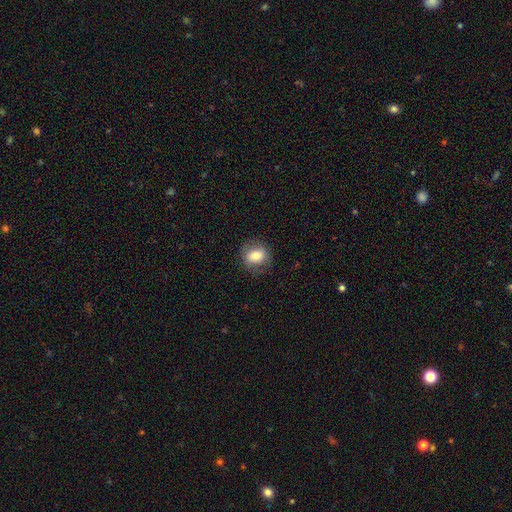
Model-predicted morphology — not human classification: Smooth or featured? Predicted: smooth (p=0.77). How rounded? Predicted: round (p=0.57). Merging? Predicted: none (p=0.83).